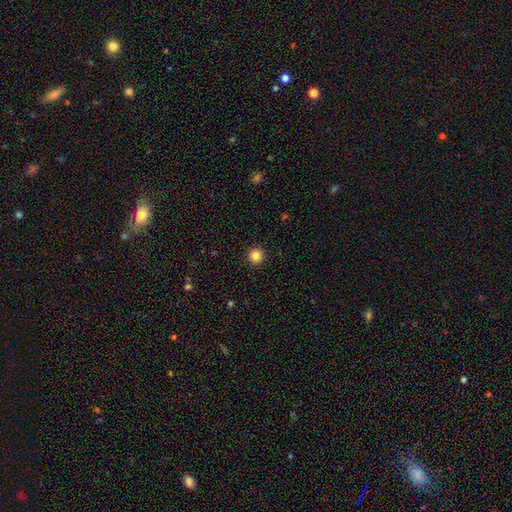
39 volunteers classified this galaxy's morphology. Smooth or featured?
  - smooth: 97% *
  - star or artifact: 3%
  - featured or disk: 0%
How rounded?
  - round: 95% *
  - in between: 5%
  - cigar-shaped: 0%
Merging?
  - none: 89% *
  - major disturbance: 5%
  - minor disturbance: 3%
  - merger: 3%